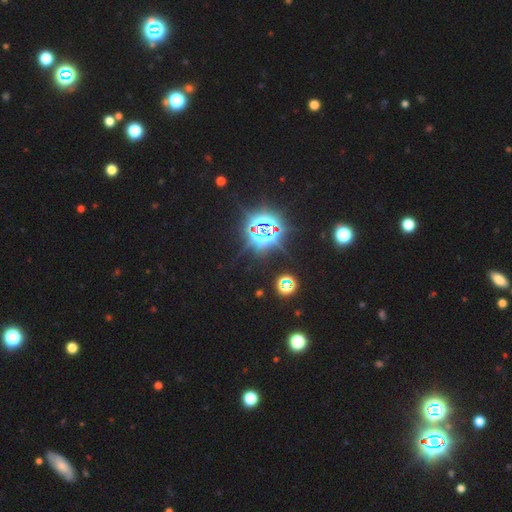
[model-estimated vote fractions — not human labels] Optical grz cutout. It shows a star or artifact, not a galaxy (82%).